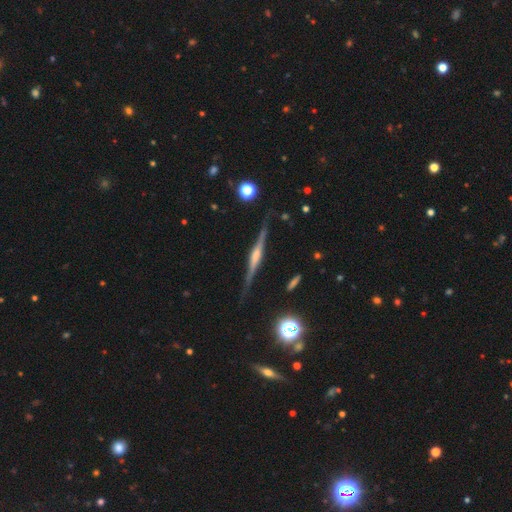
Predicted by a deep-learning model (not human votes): A featured or disk galaxy (82%) viewed edge-on (98%) with a rounded central bulge (60%).

Vote fractions:
- Smooth or featured? featured or disk: 82% / smooth: 12% / star or artifact: 6%
- Edge-on disk? yes: 98% / no: 2%
- Edge-on bulge? rounded: 60% / boxy: 31% / none: 9%
- Merging? none: 85% / minor disturbance: 11% / major disturbance: 3% / merger: 2%